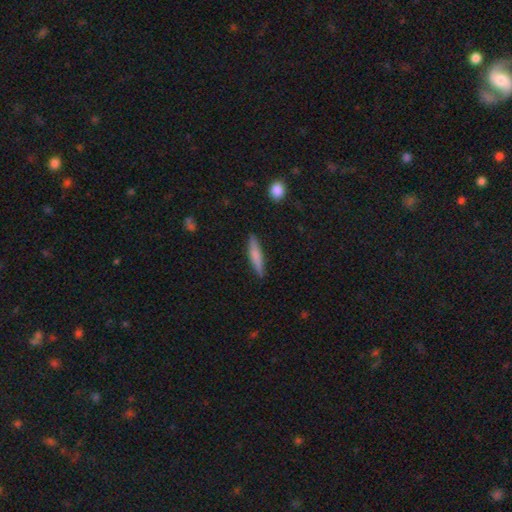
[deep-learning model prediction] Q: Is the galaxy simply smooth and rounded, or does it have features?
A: smooth — 70%.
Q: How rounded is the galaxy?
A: cigar-shaped — 87%.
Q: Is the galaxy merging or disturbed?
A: none — 87%.